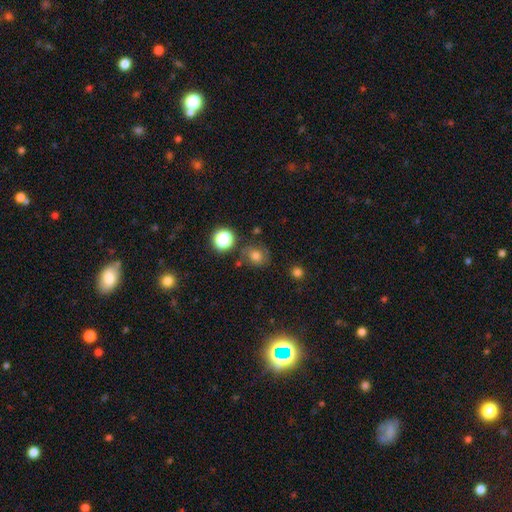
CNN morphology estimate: A smooth galaxy with no disk features (70%) that is round (61%). Merging: none (69%).